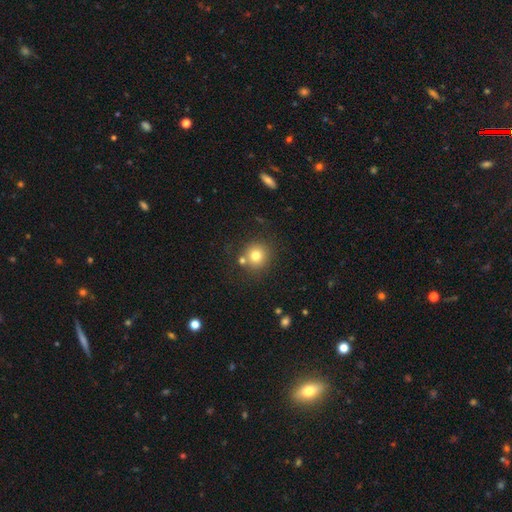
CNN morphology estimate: smooth_or_featured: smooth (p=0.76) [alt: star or artifact p=0.13]
how_rounded: round (p=0.92) [alt: in between p=0.07]
merging: none (p=0.74) [alt: merger p=0.13]